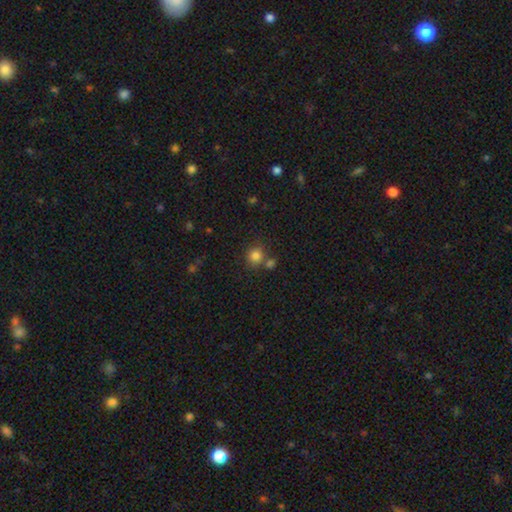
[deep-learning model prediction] Smooth or featured: smooth — 82% (star or artifact — 12%)
How rounded: round — 88% (in between — 11%)
Merging: none — 67% (merger — 20%)